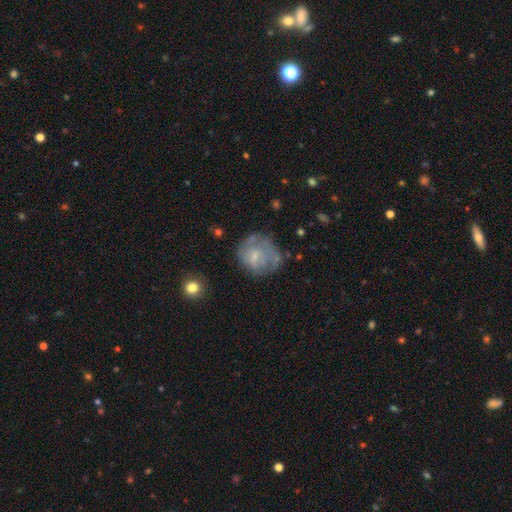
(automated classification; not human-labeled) Smooth or featured?
  - smooth: 50% *
  - featured or disk: 40%
  - star or artifact: 10%
How rounded?
  - round: 75% *
  - in between: 24%
  - cigar-shaped: 1%
Merging?
  - none: 48% *
  - minor disturbance: 25%
  - major disturbance: 22%
  - merger: 4%